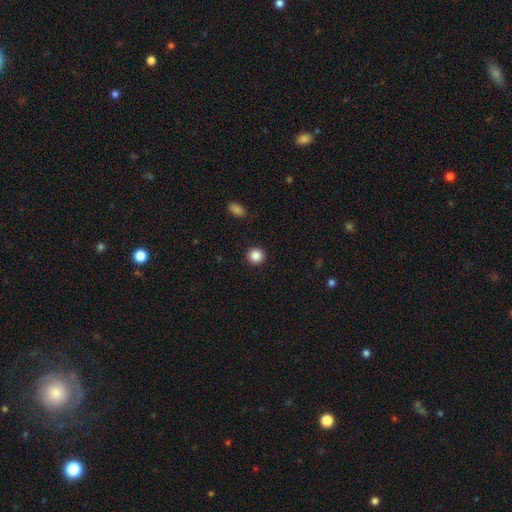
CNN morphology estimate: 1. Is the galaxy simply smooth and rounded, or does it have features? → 87% smooth, 10% star or artifact, 3% featured or disk.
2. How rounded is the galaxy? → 94% round, 5% in between, 1% cigar-shaped.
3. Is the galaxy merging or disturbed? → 92% none, 5% minor disturbance, 2% major disturbance, 1% merger.